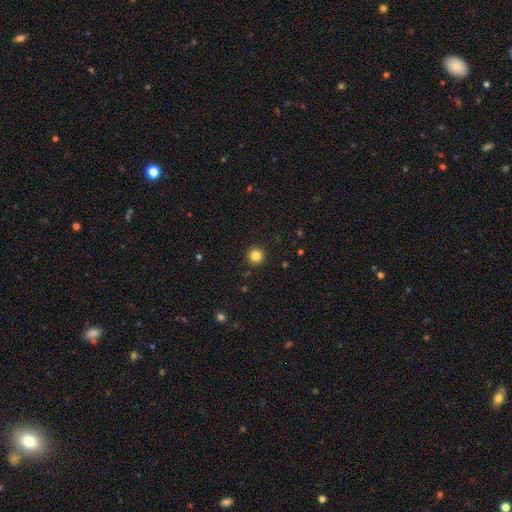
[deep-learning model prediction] Overall: smooth (84%). How rounded: round (95%). Merging: none (92%).